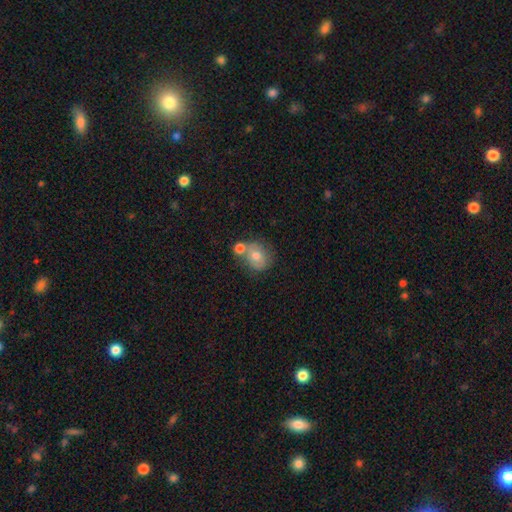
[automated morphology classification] Smooth or featured?
  - smooth: 68% *
  - featured or disk: 23%
  - star or artifact: 9%
How rounded?
  - round: 72% *
  - in between: 27%
  - cigar-shaped: 1%
Merging?
  - none: 46% *
  - merger: 34%
  - minor disturbance: 14%
  - major disturbance: 5%